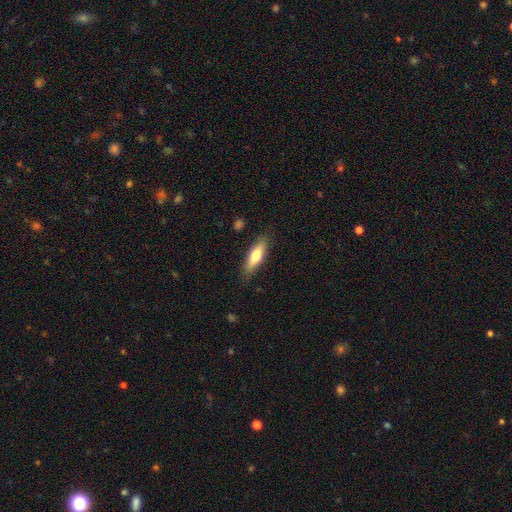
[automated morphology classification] Smooth or featured? smooth (69%)
How rounded? cigar-shaped (55%)
Merging? none (85%)